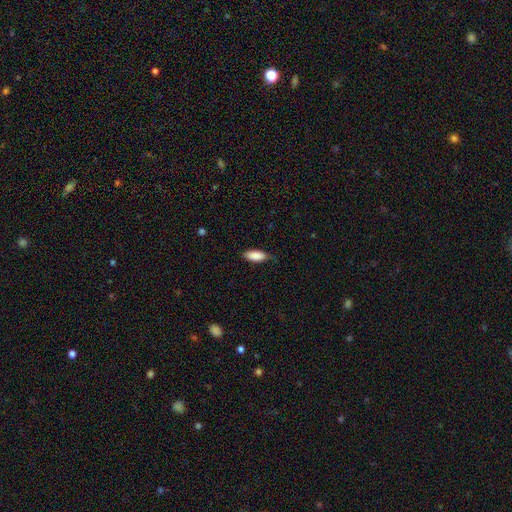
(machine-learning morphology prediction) smooth-or-featured: smooth: 88% | star or artifact: 6% | featured or disk: 6%
  how-rounded: in between: 83% | cigar-shaped: 15% | round: 2%
  merging: none: 71% | minor disturbance: 24% | major disturbance: 4% | merger: 1%